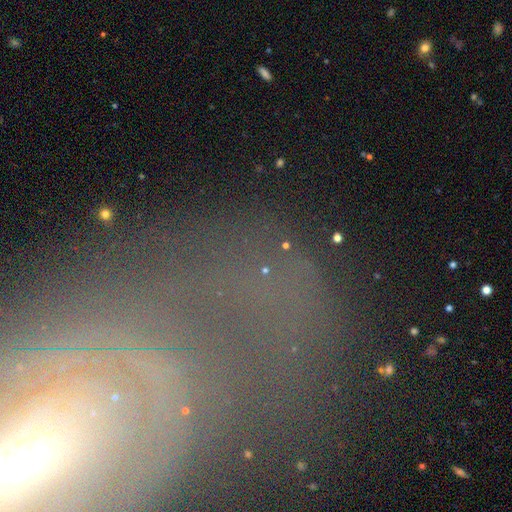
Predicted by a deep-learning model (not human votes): A featured or disk galaxy (43%).

Vote fractions:
- Smooth or featured? featured or disk: 43% / star or artifact: 38% / smooth: 19%
- Merging? none: 64% / minor disturbance: 15% / major disturbance: 13% / merger: 8%